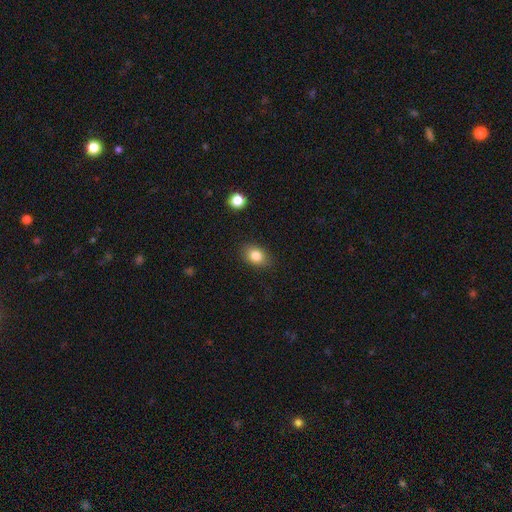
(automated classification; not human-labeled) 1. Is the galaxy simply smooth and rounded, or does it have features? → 83% smooth, 9% star or artifact, 8% featured or disk.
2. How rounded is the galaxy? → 66% in between, 32% round, 1% cigar-shaped.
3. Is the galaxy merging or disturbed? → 85% none, 11% minor disturbance, 3% major disturbance, 1% merger.